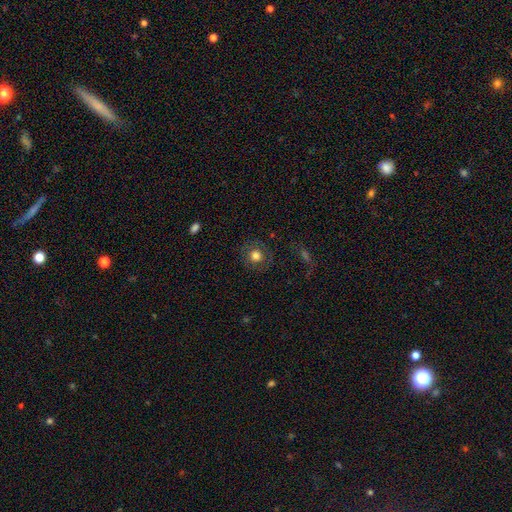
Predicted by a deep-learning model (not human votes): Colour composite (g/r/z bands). It shows a smooth galaxy with no disk features (70%) that is round (90%). Merging: none (84%).